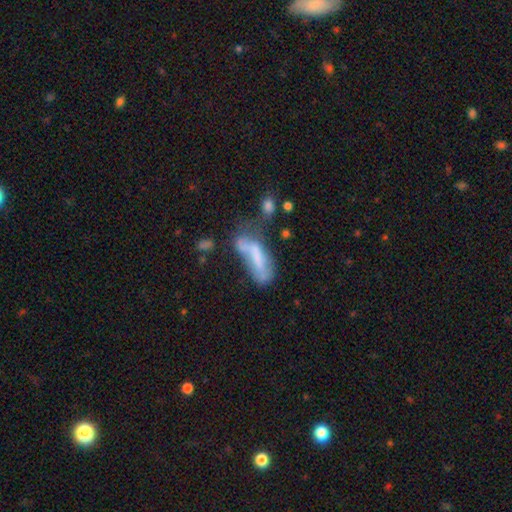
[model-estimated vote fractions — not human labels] Smooth or featured?
  - smooth: 50% *
  - featured or disk: 40%
  - star or artifact: 10%
Merging?
  - major disturbance: 31% *
  - merger: 28%
  - none: 21%
  - minor disturbance: 21%